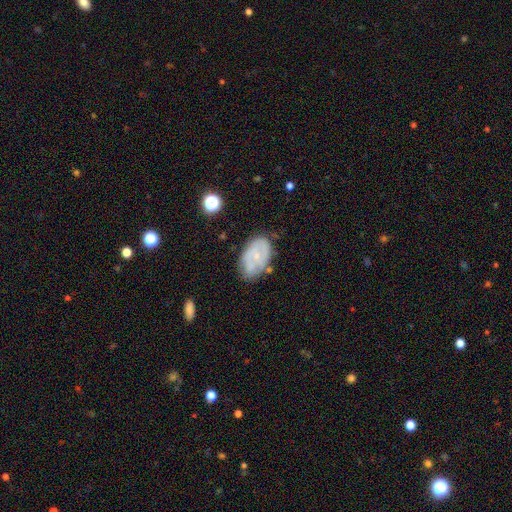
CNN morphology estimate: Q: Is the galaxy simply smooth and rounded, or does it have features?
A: featured or disk — 50%.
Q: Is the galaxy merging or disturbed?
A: none — 68%.